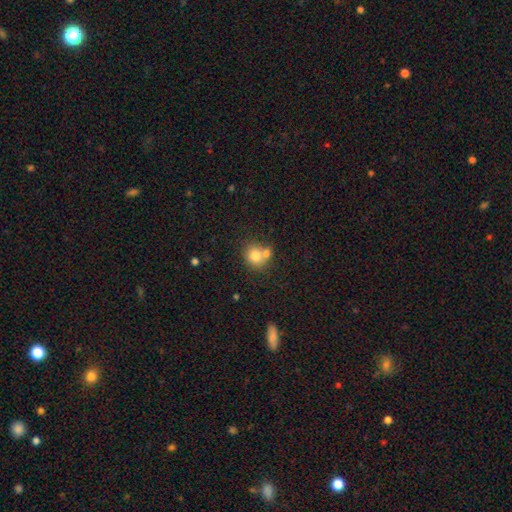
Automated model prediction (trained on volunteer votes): This appears to be a smooth galaxy with no disk features (78%) that is round (75%). Merging: none (47%).